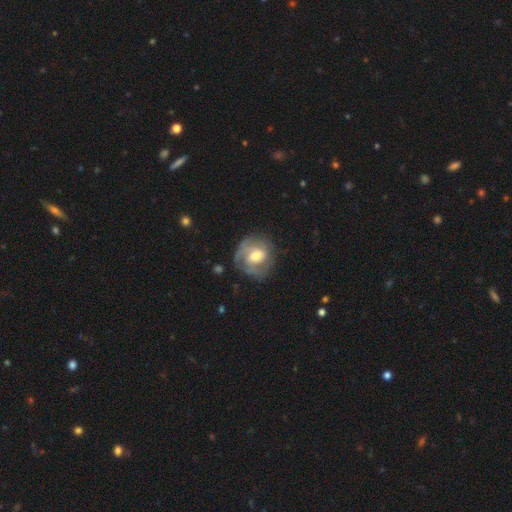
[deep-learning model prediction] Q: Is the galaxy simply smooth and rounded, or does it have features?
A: featured or disk — 69%.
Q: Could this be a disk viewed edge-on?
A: no — 97%.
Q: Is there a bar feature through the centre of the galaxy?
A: no — 45%.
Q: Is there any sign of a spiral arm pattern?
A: yes — 84%.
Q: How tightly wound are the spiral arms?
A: tight — 50%.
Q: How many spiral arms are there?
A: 2 — 42%.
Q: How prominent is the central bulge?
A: moderate — 59%.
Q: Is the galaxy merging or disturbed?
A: none — 66%.